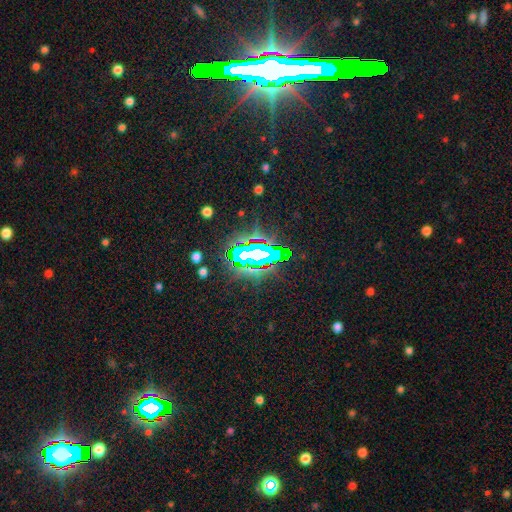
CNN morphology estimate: This is likely a star or artifact rather than a galaxy (69%).